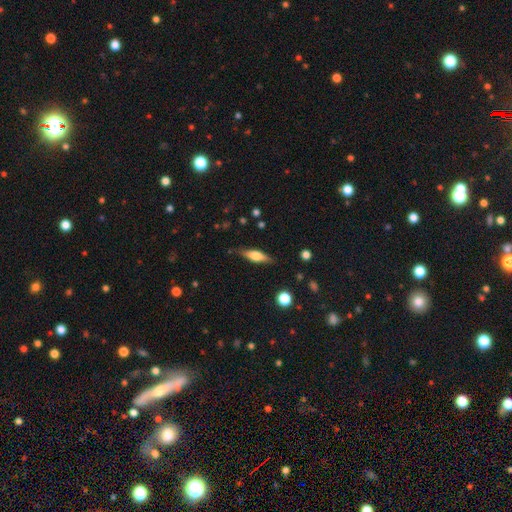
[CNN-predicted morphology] The model was most divided on "smooth or featured": smooth: 47%, featured or disk: 46%, star or artifact: 7%. More confident: merging — none (82%).